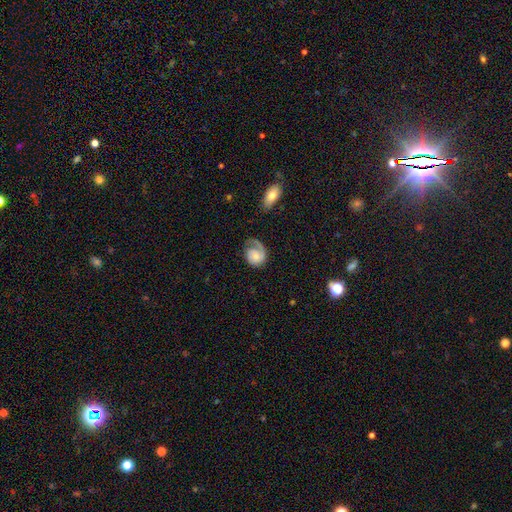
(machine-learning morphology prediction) Smooth or featured? featured or disk (71%)
Edge-on disk? no (98%)
Bar? no (69%)
Spiral arms? yes (93%)
Spiral winding? tight (45%)
Spiral arm count? 1 (70%)
Bulge size? small (43%)
Merging? none (52%)